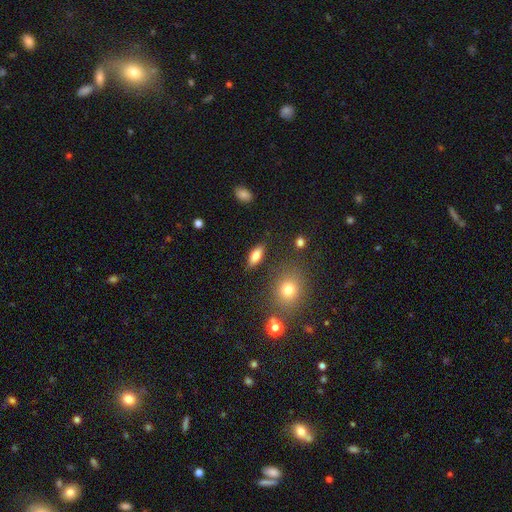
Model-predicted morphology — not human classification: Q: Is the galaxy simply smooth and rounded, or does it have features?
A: smooth — 79%.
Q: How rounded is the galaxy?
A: in between — 81%.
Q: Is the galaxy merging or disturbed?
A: none — 83%.